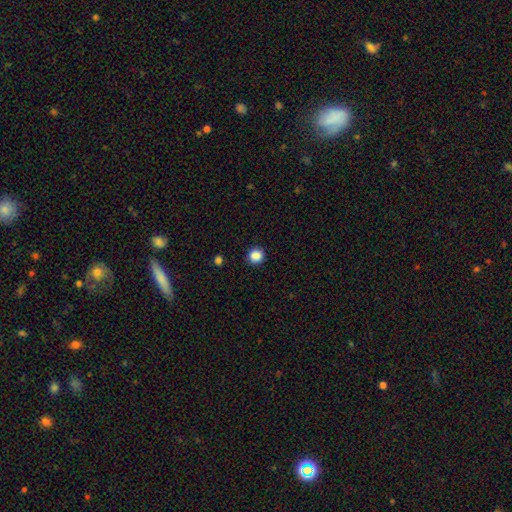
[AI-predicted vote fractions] Overall: smooth (87%). How rounded: round (90%). Merging: none (90%).